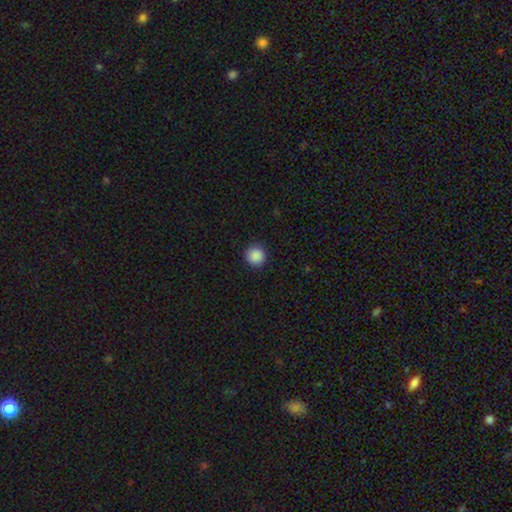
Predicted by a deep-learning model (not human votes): The model was most divided on "smooth or featured": smooth: 89%, star or artifact: 9%, featured or disk: 2%. More confident: how rounded — round (95%); merging — none (92%).